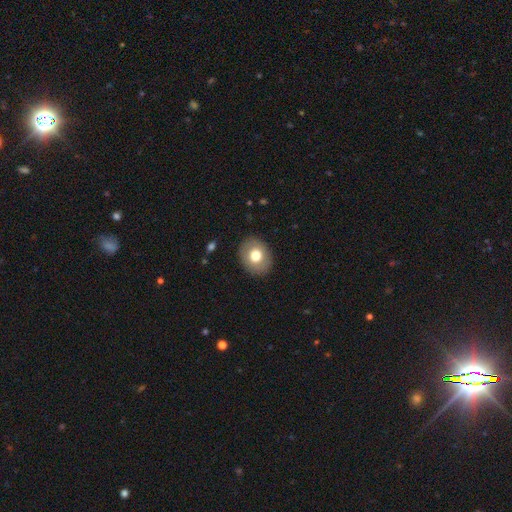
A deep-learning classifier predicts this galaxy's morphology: smooth_or_featured: smooth (p=0.73) [alt: featured or disk p=0.19]
how_rounded: round (p=0.57) [alt: in between p=0.42]
merging: none (p=0.89) [alt: minor disturbance p=0.08]